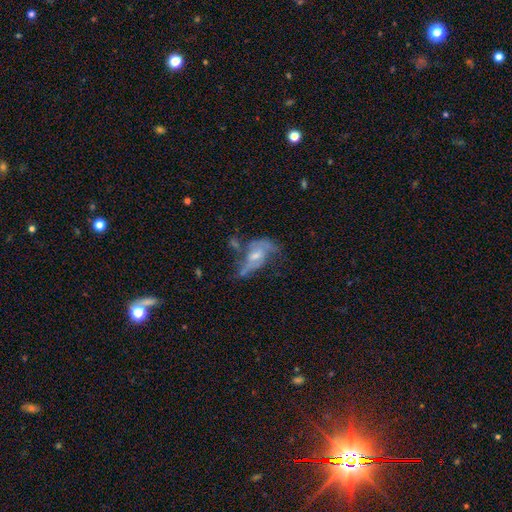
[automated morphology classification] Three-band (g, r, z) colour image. It shows a featured or disk galaxy (67%) with no bar (53%), spiral arms (66%) and a moderate central bulge (49%). Merging: major disturbance (36%).